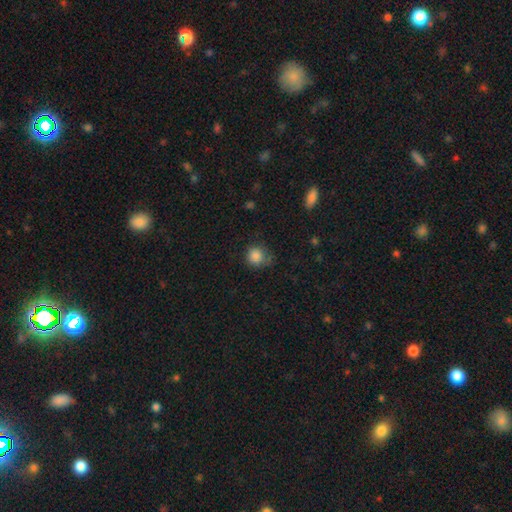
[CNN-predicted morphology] Smooth or featured? smooth (84%)
How rounded? round (88%)
Merging? none (65%)